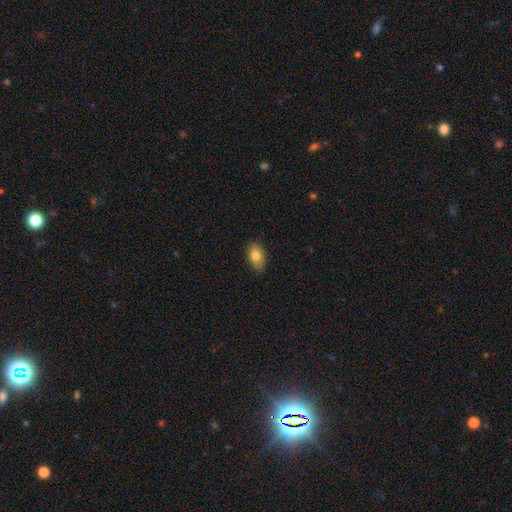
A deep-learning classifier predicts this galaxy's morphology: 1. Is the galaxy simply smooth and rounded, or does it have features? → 81% smooth, 11% featured or disk, 8% star or artifact.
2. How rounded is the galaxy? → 90% in between, 8% round, 2% cigar-shaped.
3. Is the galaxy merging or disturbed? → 84% none, 13% minor disturbance, 2% major disturbance, 1% merger.